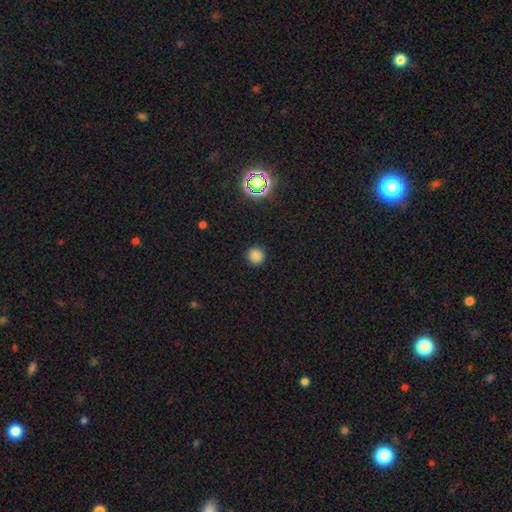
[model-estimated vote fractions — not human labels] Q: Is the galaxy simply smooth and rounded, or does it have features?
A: smooth — 81%.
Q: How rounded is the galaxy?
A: round — 94%.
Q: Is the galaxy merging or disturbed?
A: none — 90%.